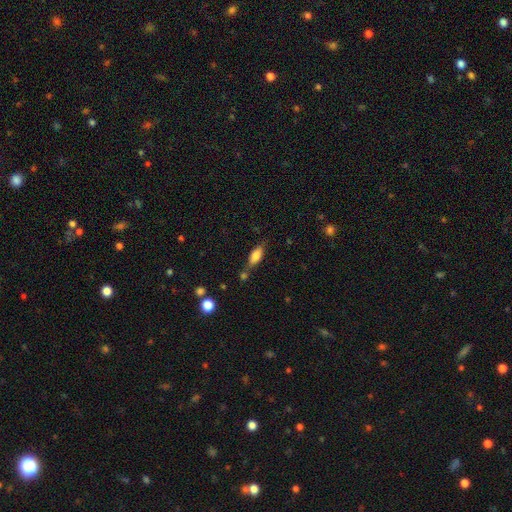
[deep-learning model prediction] This is likely a smooth galaxy (72%). How rounded: likely in between (69%). Merging: possibly none (60%).